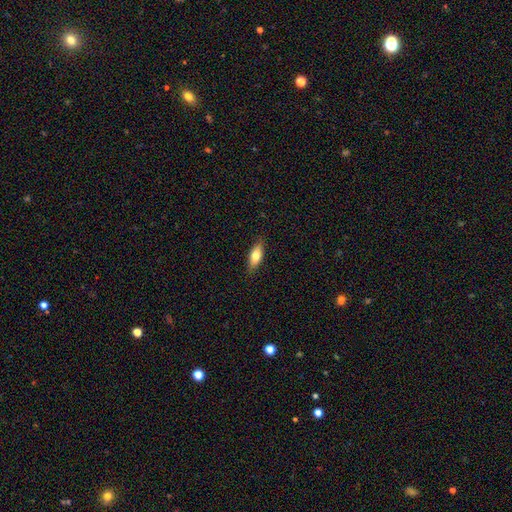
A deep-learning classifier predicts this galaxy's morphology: A smooth galaxy with no disk features (73%) that is in between round and cigar-shaped (73%).

Vote fractions:
- Smooth or featured? smooth: 73% / featured or disk: 20% / star or artifact: 7%
- How rounded? in between: 73% / cigar-shaped: 25% / round: 3%
- Merging? none: 87% / minor disturbance: 10% / major disturbance: 2% / merger: 1%